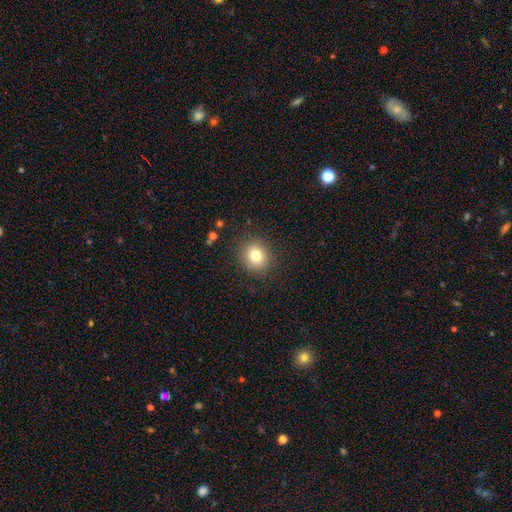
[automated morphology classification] Smooth or featured: smooth — 79% (star or artifact — 12%)
How rounded: round — 83% (in between — 16%)
Merging: none — 88% (minor disturbance — 8%)